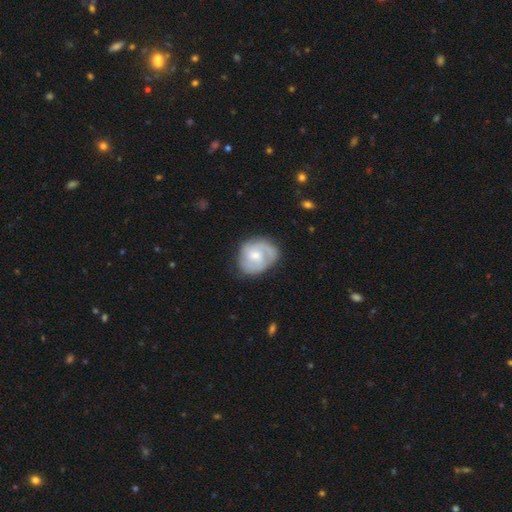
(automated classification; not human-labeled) This is likely a featured or disk galaxy (71%). It is clearly not viewed edge-on (98%). Bar: possibly no (54%). Spiral arm pattern: clearly yes (92%). Spiral arm count: possibly 2 (53%). Spiral winding: marginally tight (44%). Central bulge: possibly moderate (47%). Merging: likely none (67%).